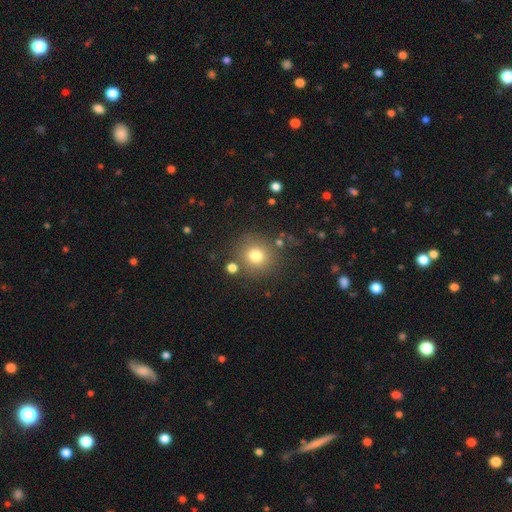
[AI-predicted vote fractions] smooth-or-featured: smooth: 76% | star or artifact: 14% | featured or disk: 10%
  how-rounded: round: 91% | in between: 8% | cigar-shaped: 1%
  merging: none: 81% | minor disturbance: 9% | merger: 6% | major disturbance: 4%